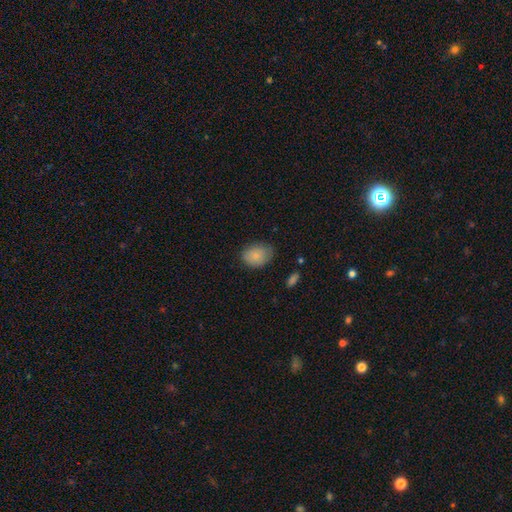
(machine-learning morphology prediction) Smooth or featured? smooth (82%)
How rounded? in between (65%)
Merging? none (68%)